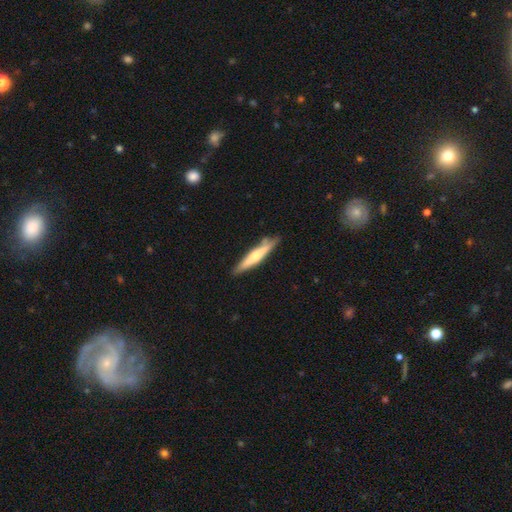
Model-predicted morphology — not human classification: Overall: smooth (51%; featured or disk 44%). How rounded: cigar-shaped (91%). Merging: none (80%).